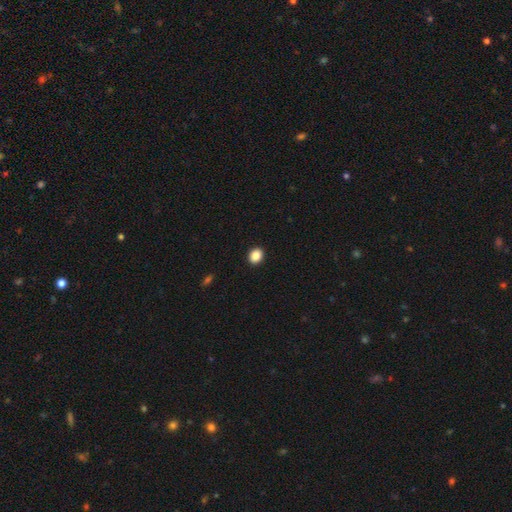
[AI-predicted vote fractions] This appears to be a smooth galaxy with no disk features (88%) that is round (59%). Merging: none (92%).